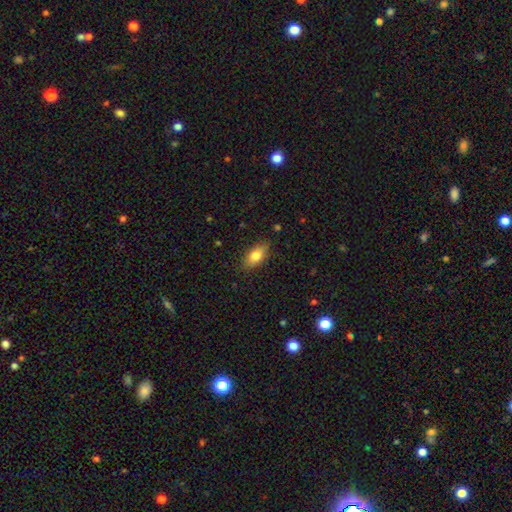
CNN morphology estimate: Smooth or featured? smooth (79%)
How rounded? in between (86%)
Merging? none (85%)